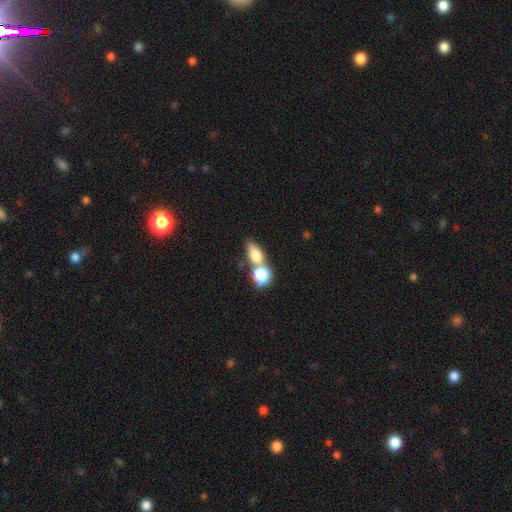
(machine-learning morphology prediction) Smooth or featured? Predicted: smooth (p=0.72). How rounded? Predicted: in between (p=0.63). Merging? Predicted: merger (p=0.50).